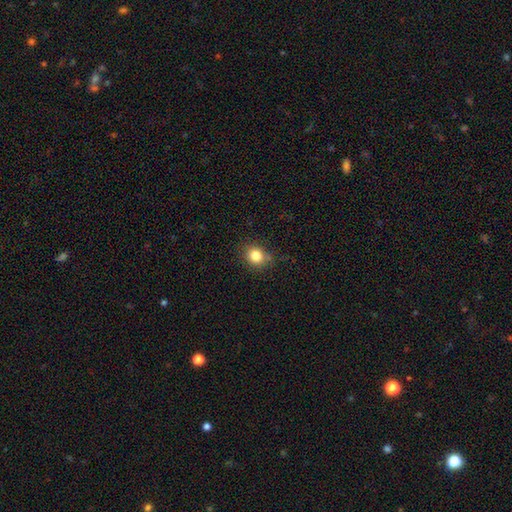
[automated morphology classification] A smooth galaxy with no disk features (82%) that is round (76%).

Vote fractions:
- Smooth or featured? smooth: 82% / star or artifact: 12% / featured or disk: 6%
- How rounded? round: 76% / in between: 23% / cigar-shaped: 1%
- Merging? none: 79% / minor disturbance: 15% / major disturbance: 4% / merger: 3%